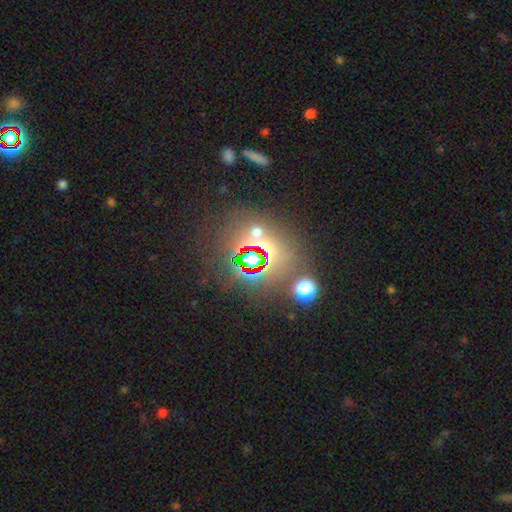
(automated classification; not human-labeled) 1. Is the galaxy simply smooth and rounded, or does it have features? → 66% star or artifact, 23% smooth, 10% featured or disk.